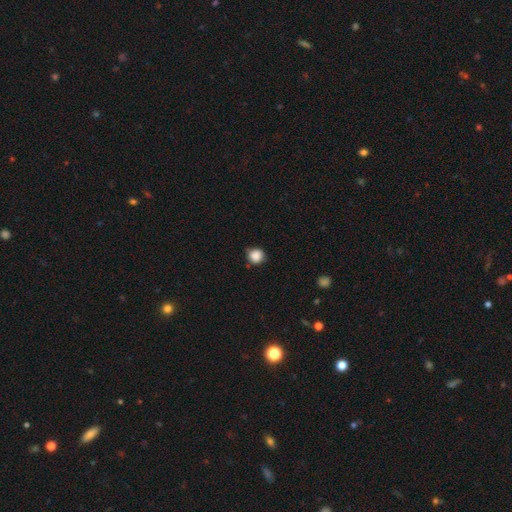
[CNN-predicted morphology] smooth_or_featured: smooth (p=0.86) [alt: star or artifact p=0.10]
how_rounded: round (p=0.90) [alt: in between p=0.09]
merging: none (p=0.75) [alt: minor disturbance p=0.19]